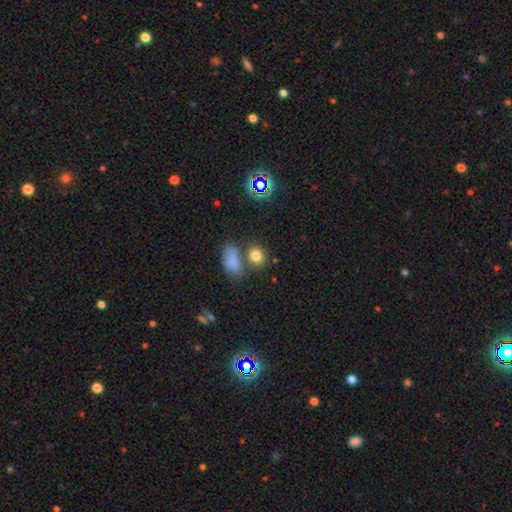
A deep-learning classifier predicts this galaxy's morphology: Smooth or featured: smooth — 77% (star or artifact — 15%)
How rounded: in between — 53% (round — 45%)
Merging: none — 64% (merger — 20%)